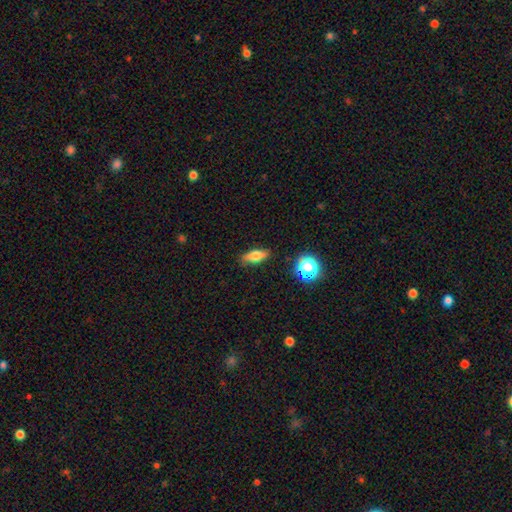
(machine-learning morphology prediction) smooth_or_featured: smooth (p=0.69) [alt: featured or disk p=0.21]
how_rounded: in between (p=0.66) [alt: cigar-shaped p=0.28]
merging: none (p=0.85) [alt: minor disturbance p=0.11]